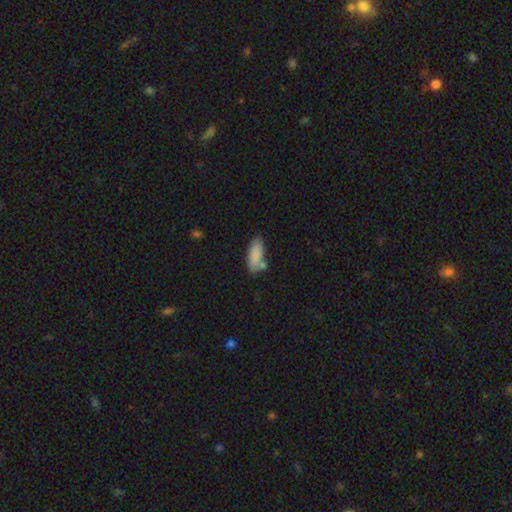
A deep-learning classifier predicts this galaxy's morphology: Smooth or featured?
  - smooth: 85% *
  - featured or disk: 8%
  - star or artifact: 7%
How rounded?
  - in between: 80% *
  - cigar-shaped: 18%
  - round: 2%
Merging?
  - none: 59% *
  - minor disturbance: 20%
  - merger: 16%
  - major disturbance: 5%